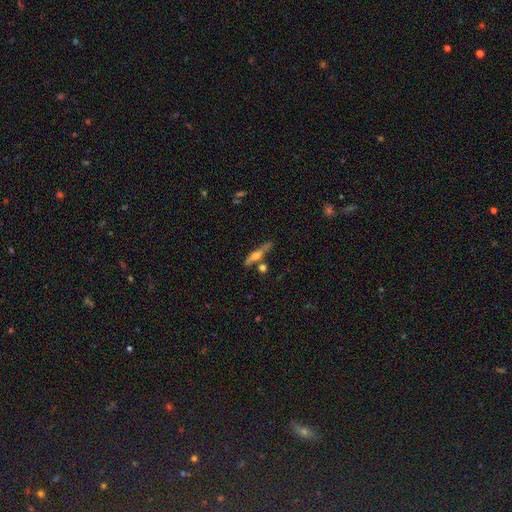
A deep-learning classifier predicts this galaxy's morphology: The model was most divided on "smooth or featured": featured or disk: 50%, smooth: 42%, star or artifact: 8%. More confident: edge-on disk — yes (85%); merging — none (59%).